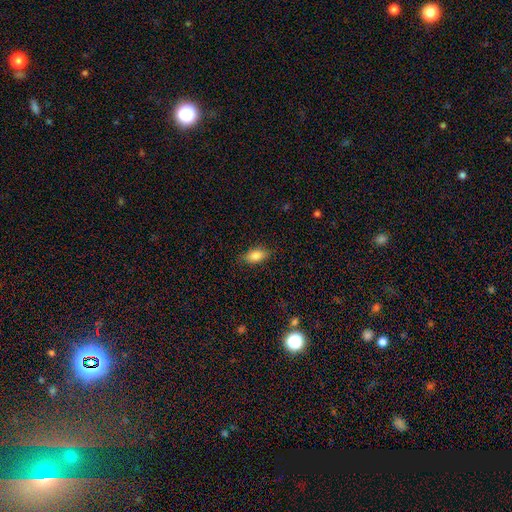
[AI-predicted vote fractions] A smooth galaxy with no disk features (83%) that is in between round and cigar-shaped (88%).

Vote fractions:
- Smooth or featured? smooth: 83% / featured or disk: 9% / star or artifact: 8%
- How rounded? in between: 88% / cigar-shaped: 7% / round: 6%
- Merging? none: 84% / minor disturbance: 12% / major disturbance: 3% / merger: 1%